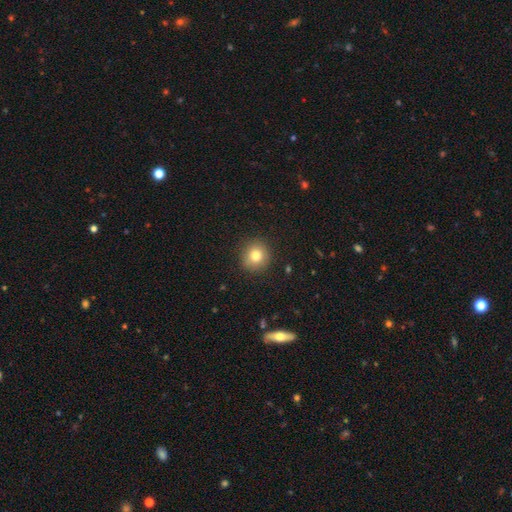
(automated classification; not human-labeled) Smooth or featured? Predicted: smooth (p=0.80). How rounded? Predicted: round (p=0.91). Merging? Predicted: none (p=0.90).